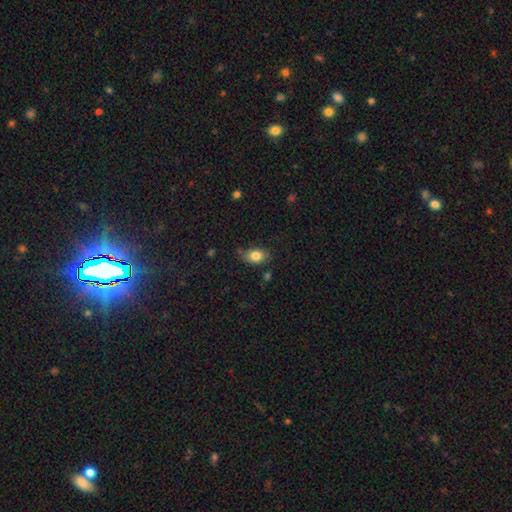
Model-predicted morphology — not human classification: A smooth galaxy with no disk features (82%) that is in between round and cigar-shaped (80%). Merging: none (73%).